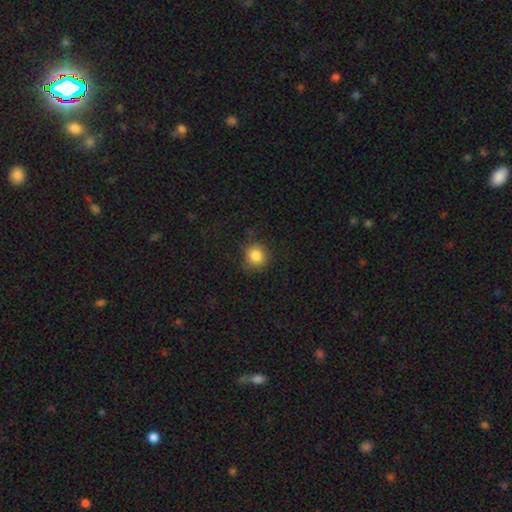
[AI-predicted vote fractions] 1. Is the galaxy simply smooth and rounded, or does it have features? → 84% smooth, 11% star or artifact, 5% featured or disk.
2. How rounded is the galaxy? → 87% round, 12% in between, 1% cigar-shaped.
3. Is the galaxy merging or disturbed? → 76% none, 17% minor disturbance, 6% major disturbance, 1% merger.